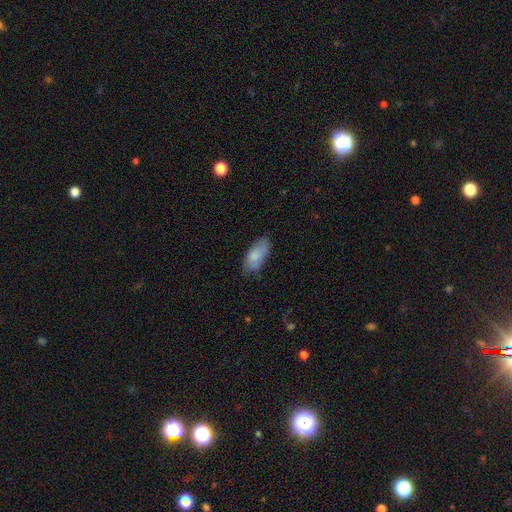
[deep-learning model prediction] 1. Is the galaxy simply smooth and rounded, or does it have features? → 81% smooth, 13% featured or disk, 6% star or artifact.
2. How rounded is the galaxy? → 89% in between, 9% cigar-shaped, 2% round.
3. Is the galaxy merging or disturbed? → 73% none, 21% minor disturbance, 4% major disturbance, 1% merger.